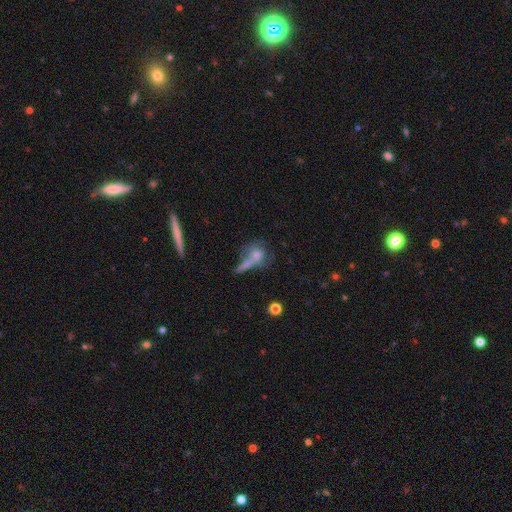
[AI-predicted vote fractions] smooth_or_featured: smooth (p=0.66) [alt: featured or disk p=0.22]
how_rounded: round (p=0.57) [alt: in between p=0.32]
merging: none (p=0.39) [alt: merger p=0.33]